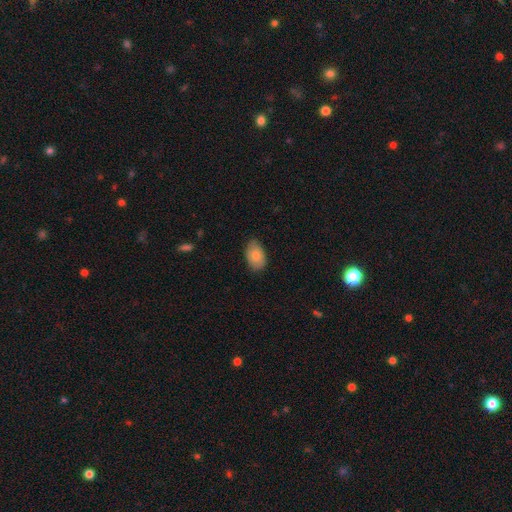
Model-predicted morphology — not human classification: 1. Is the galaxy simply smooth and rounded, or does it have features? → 79% smooth, 14% featured or disk, 7% star or artifact.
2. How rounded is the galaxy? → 90% in between, 9% round, 1% cigar-shaped.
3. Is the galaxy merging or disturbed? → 79% none, 17% minor disturbance, 3% major disturbance, 1% merger.